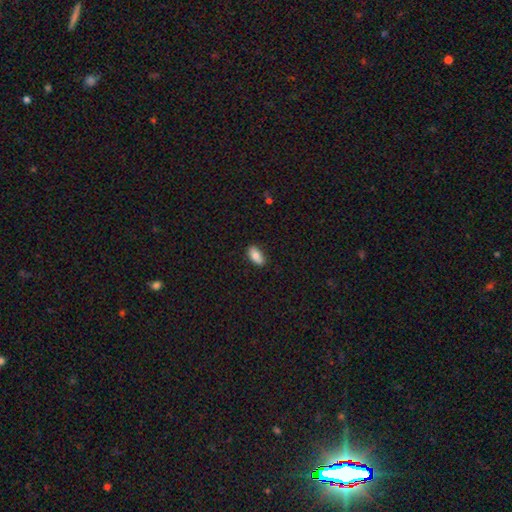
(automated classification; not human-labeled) smooth 84%, featured or disk 9%, star or artifact 7%. Down the decision tree: how rounded — in between (90%); merging — none (85%).